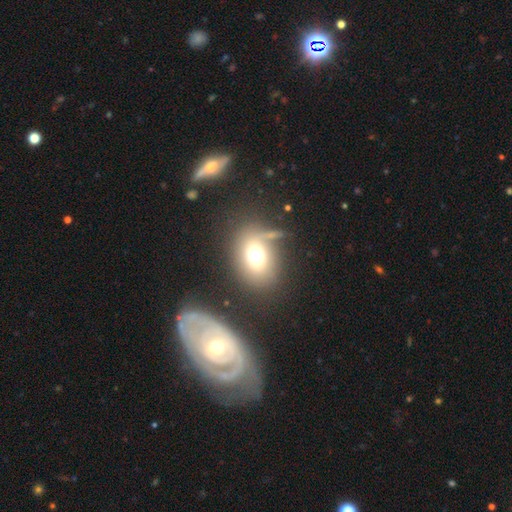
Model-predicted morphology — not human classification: Overall: smooth (68%). How rounded: in between (55%; round 43%). Merging: none (64%).